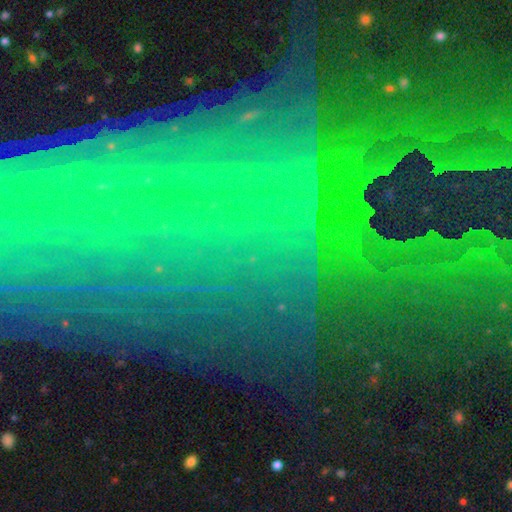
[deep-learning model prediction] This is likely a star or artifact rather than a galaxy (73%).